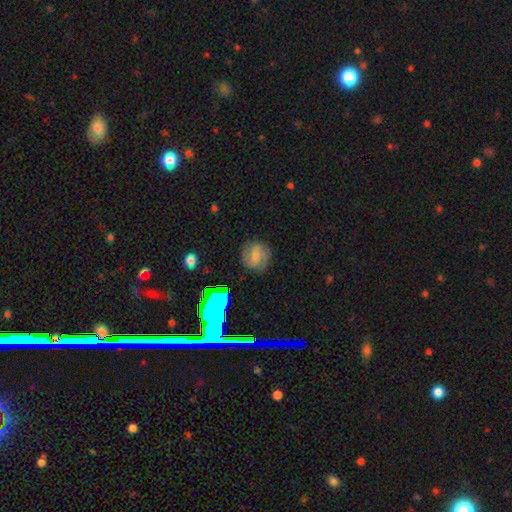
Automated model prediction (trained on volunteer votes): Smooth or featured?
  - smooth: 53% *
  - featured or disk: 35%
  - star or artifact: 12%
How rounded?
  - round: 85% *
  - in between: 13%
  - cigar-shaped: 1%
Merging?
  - none: 80% *
  - minor disturbance: 13%
  - major disturbance: 5%
  - merger: 2%